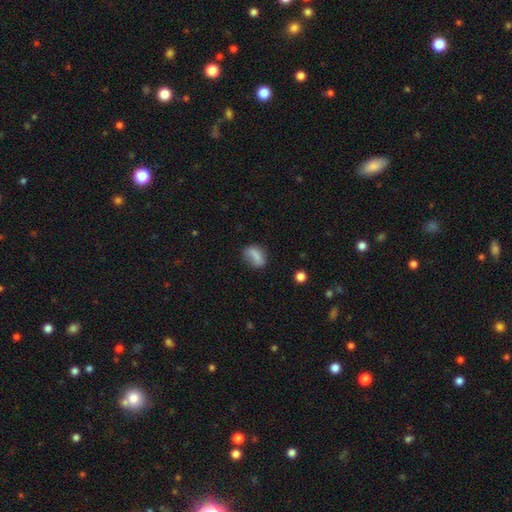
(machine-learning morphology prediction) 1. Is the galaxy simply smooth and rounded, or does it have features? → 78% smooth, 13% featured or disk, 9% star or artifact.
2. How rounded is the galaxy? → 76% in between, 16% round, 8% cigar-shaped.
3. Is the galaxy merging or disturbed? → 64% none, 24% minor disturbance, 9% major disturbance, 4% merger.